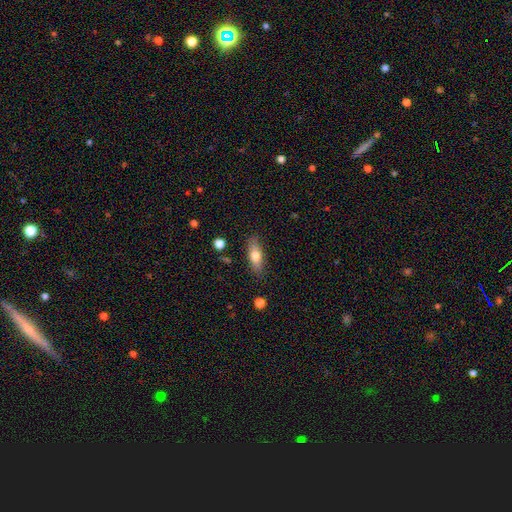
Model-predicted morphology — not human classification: type=smooth (69%); roundness=in between (65%); merging=none (85%).